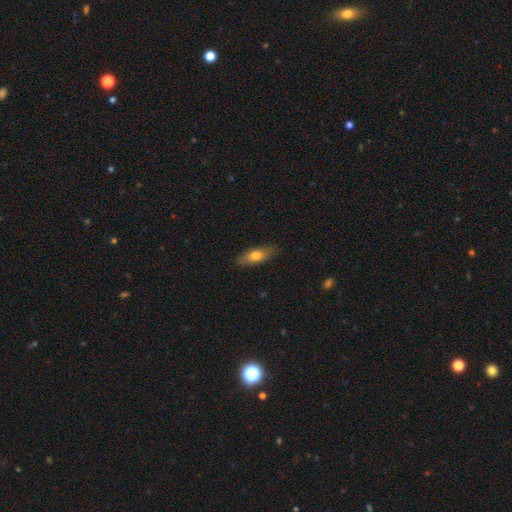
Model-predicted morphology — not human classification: Q: Smooth or featured?
A: smooth (71%); runner-up: featured or disk (22%)
Q: How rounded?
A: in between (67%); runner-up: cigar-shaped (29%)
Q: Merging?
A: none (85%); runner-up: minor disturbance (12%)